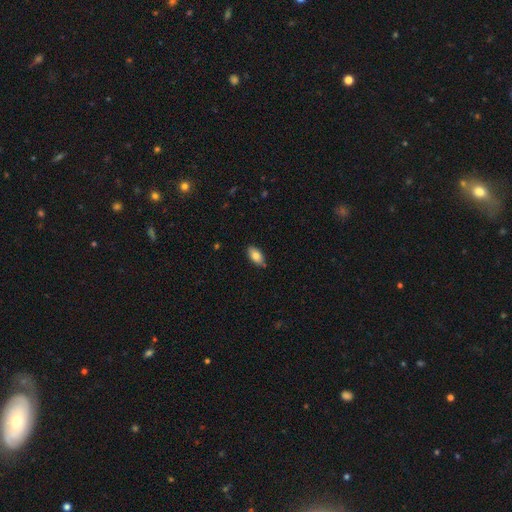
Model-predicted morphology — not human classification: This is clearly a smooth galaxy (81%). How rounded: clearly in between (92%). Merging: clearly none (85%).